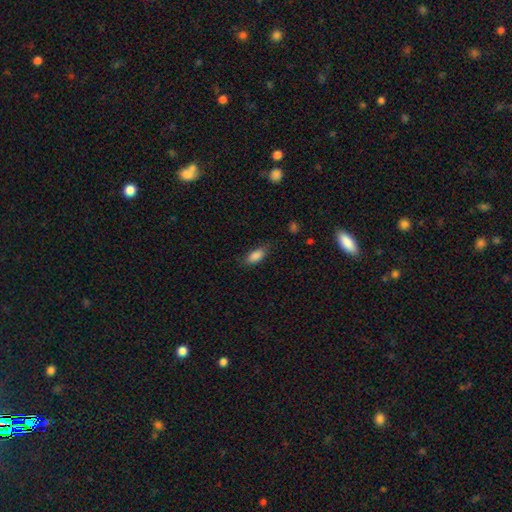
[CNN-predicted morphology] Q: Smooth or featured?
A: smooth (87%); runner-up: star or artifact (8%)
Q: How rounded?
A: in between (86%); runner-up: cigar-shaped (11%)
Q: Merging?
A: none (76%); runner-up: minor disturbance (18%)